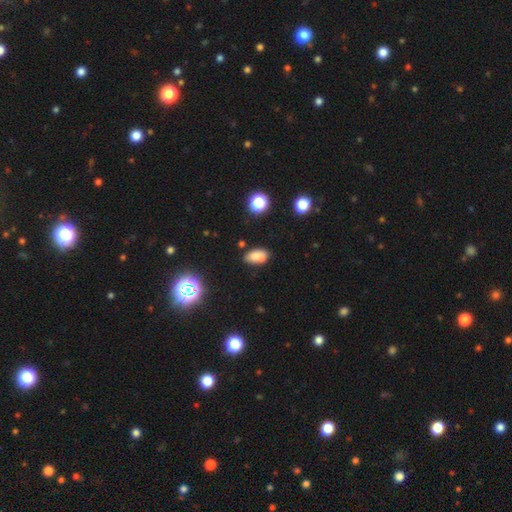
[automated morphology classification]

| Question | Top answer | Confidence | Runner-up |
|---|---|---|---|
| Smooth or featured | smooth | 77% | star or artifact (13%) |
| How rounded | in between | 90% | round (7%) |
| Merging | none | 69% | minor disturbance (18%) |